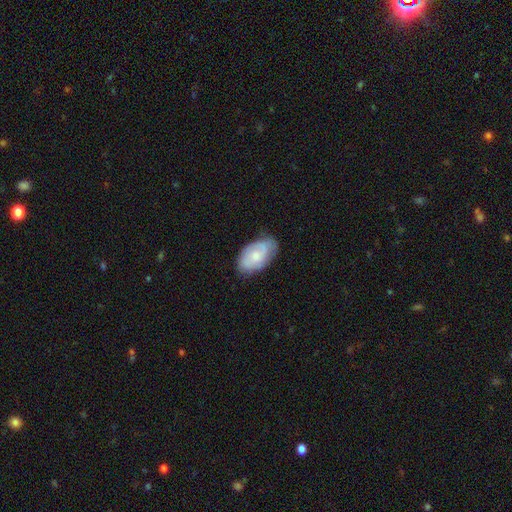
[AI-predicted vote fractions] Smooth or featured: smooth — 48% (featured or disk — 46%)
Merging: none — 69% (minor disturbance — 24%)